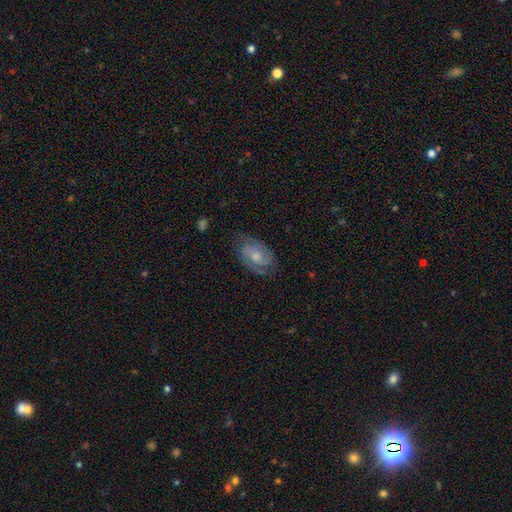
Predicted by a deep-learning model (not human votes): smooth_or_featured: featured or disk (p=0.69) [alt: smooth p=0.24]
disk_edge_on: no (p=0.96) [alt: yes p=0.04]
bar: no (p=0.63) [alt: weak p=0.32]
has_spiral_arms: yes (p=0.90) [alt: no p=0.10]
spiral_winding: medium (p=0.44) [alt: tight p=0.42]
spiral_arm_count: 2 (p=0.71) [alt: can't tell p=0.16]
bulge_size: moderate (p=0.53) [alt: small p=0.33]
merging: none (p=0.67) [alt: minor disturbance p=0.23]